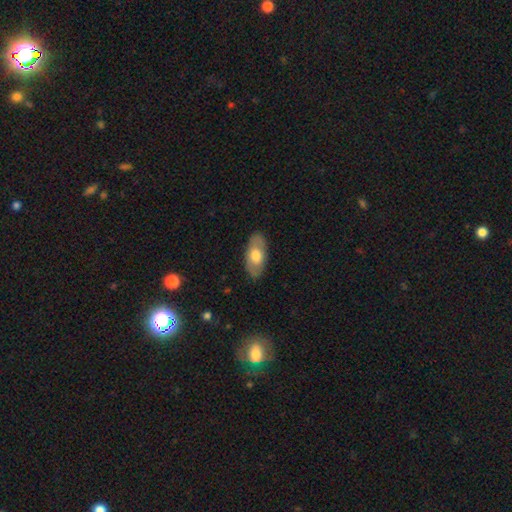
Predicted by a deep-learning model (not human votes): This appears to be a smooth galaxy with no disk features (60%) that is in between round and cigar-shaped (92%). Merging: none (85%).